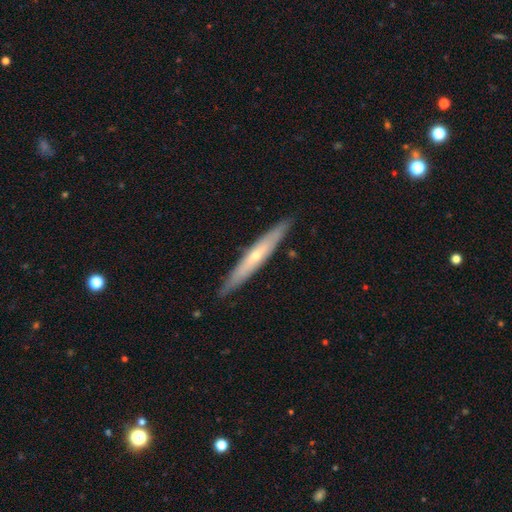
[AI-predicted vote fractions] Overall: featured or disk (58%; smooth 37%). Edge-on disk: yes (87%). Edge-on bulge: rounded (68%; none 30%). Merging: none (89%).